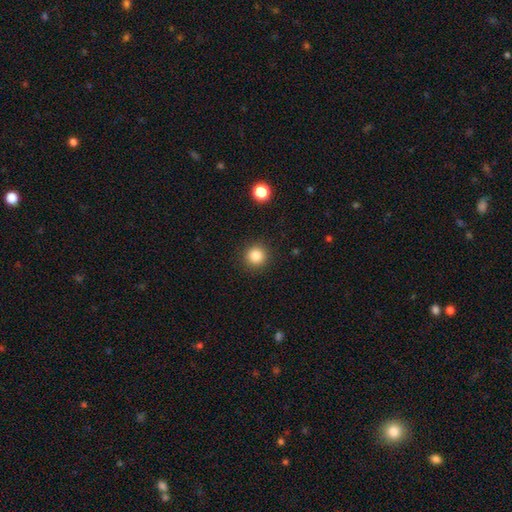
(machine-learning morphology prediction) Smooth or featured?
  - smooth: 85% *
  - star or artifact: 11%
  - featured or disk: 4%
How rounded?
  - round: 94% *
  - in between: 5%
  - cigar-shaped: 1%
Merging?
  - none: 91% *
  - minor disturbance: 6%
  - major disturbance: 2%
  - merger: 1%